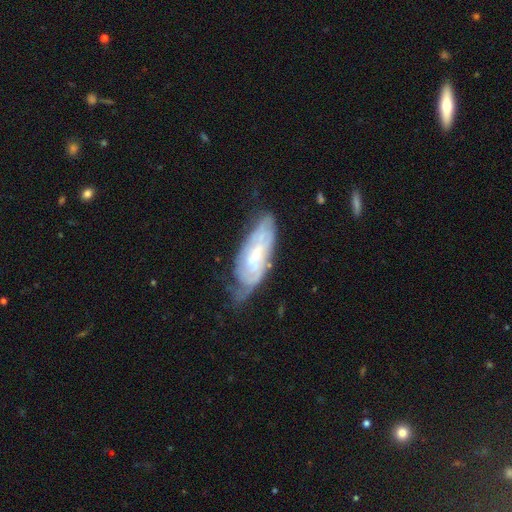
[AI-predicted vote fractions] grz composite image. It shows a featured or disk galaxy (71%) with no bar (44%), tight (60%) spiral arms (84%) and a small central bulge (56%). Merging: none (49%).